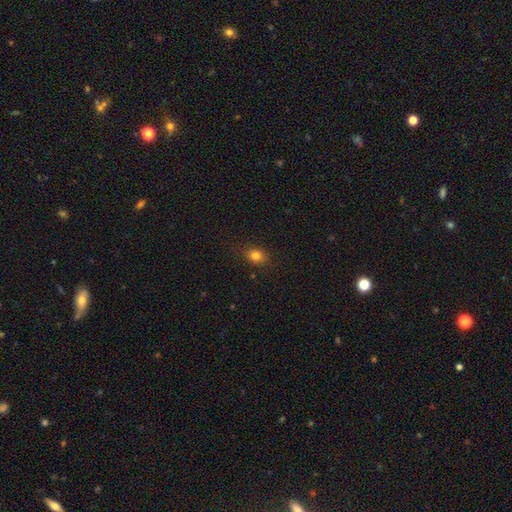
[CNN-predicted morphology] This is likely a smooth galaxy (80%). How rounded: possibly in between (51%). Merging: clearly none (86%).